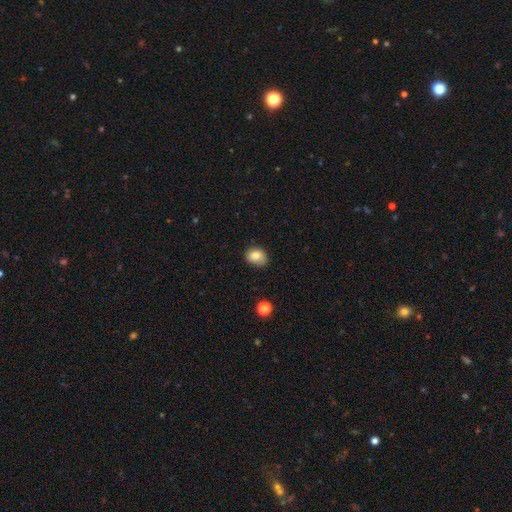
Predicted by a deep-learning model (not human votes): Q: Smooth or featured?
A: smooth (82%); runner-up: star or artifact (10%)
Q: How rounded?
A: round (50%); runner-up: in between (49%)
Q: Merging?
A: none (74%); runner-up: minor disturbance (21%)